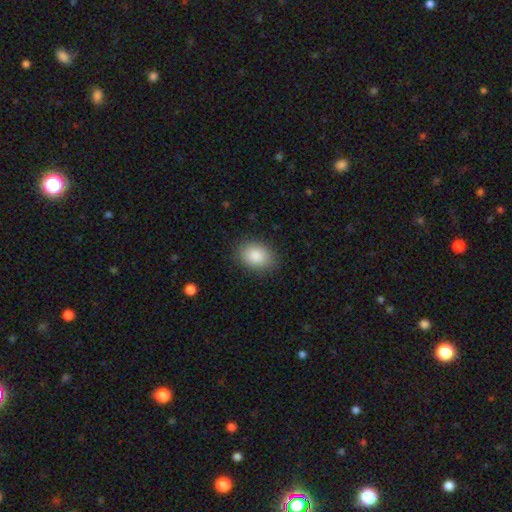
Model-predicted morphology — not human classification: Smooth or featured? Predicted: smooth (p=0.87). How rounded? Predicted: in between (p=0.73). Merging? Predicted: none (p=0.85).